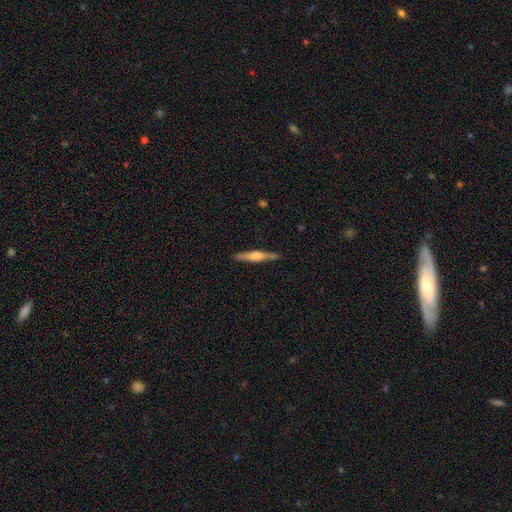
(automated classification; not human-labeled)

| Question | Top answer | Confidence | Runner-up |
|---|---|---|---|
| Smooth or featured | featured or disk | 67% | smooth (28%) |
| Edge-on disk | yes | 98% | no (2%) |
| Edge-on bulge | rounded | 71% | boxy (22%) |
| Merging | none | 91% | minor disturbance (7%) |